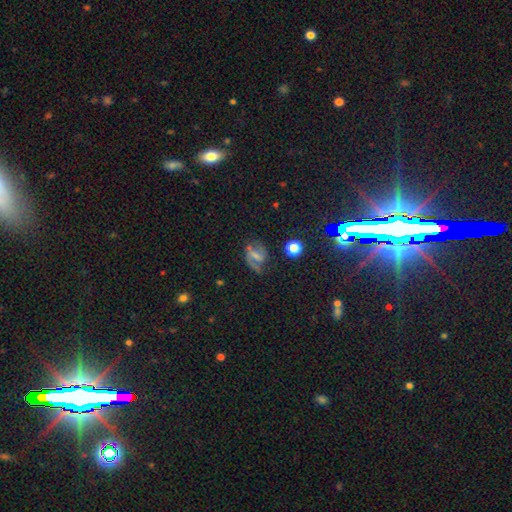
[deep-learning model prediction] This appears to be a featured or disk galaxy (68%) with a weak bar (43%), 2 (85%) medium (47%) spiral arms (88%) and a small central bulge (46%). Merging: none (64%).